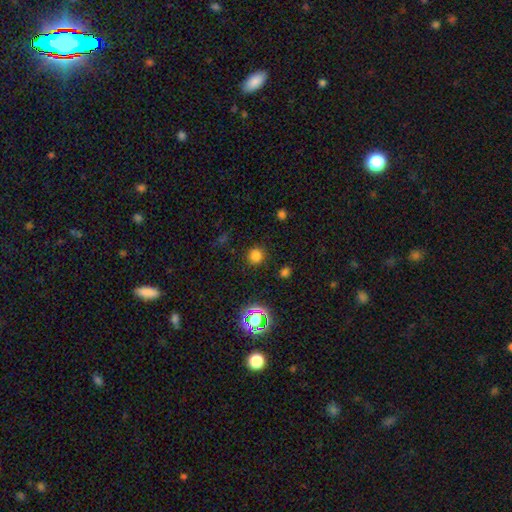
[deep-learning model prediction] Smooth or featured: smooth — 75% (star or artifact — 20%)
How rounded: round — 91% (in between — 8%)
Merging: none — 88% (minor disturbance — 8%)